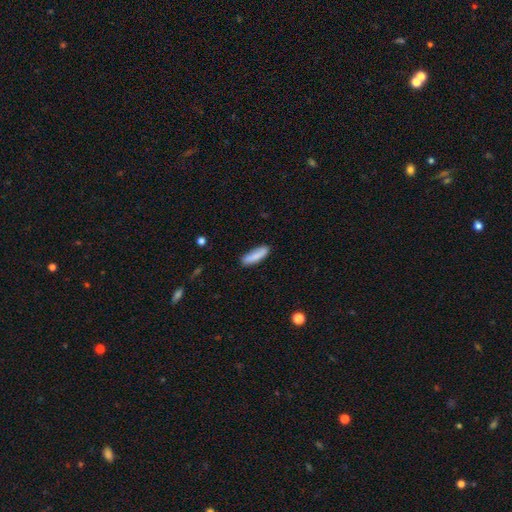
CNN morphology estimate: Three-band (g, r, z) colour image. It shows a smooth galaxy with no disk features (84%) that is cigar-shaped (62%). Merging: none (84%).